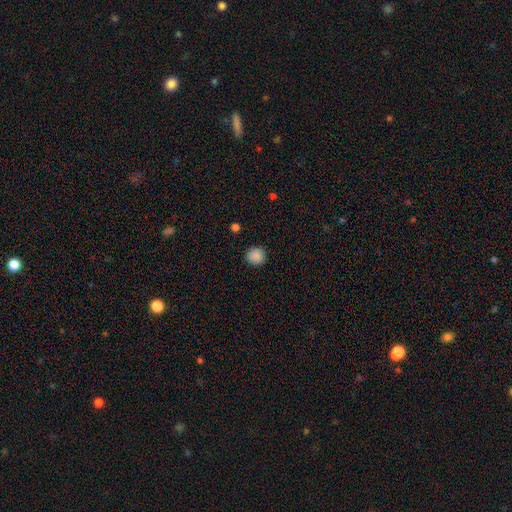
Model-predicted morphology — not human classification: Q: Smooth or featured?
A: smooth (88%); runner-up: star or artifact (9%)
Q: How rounded?
A: round (90%); runner-up: in between (9%)
Q: Merging?
A: none (90%); runner-up: minor disturbance (7%)